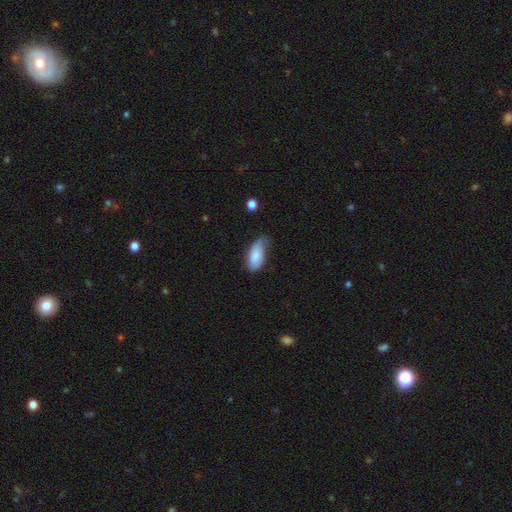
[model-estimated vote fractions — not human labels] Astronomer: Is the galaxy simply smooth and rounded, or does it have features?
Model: smooth — 82%.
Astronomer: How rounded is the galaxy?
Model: in between — 91%.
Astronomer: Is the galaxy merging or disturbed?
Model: none — 47% (runner-up: minor disturbance, 41%).